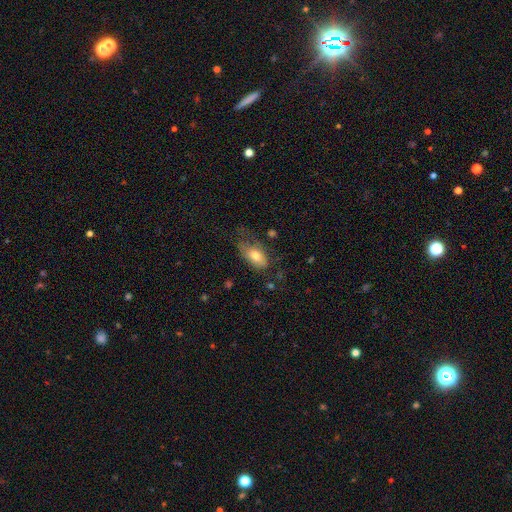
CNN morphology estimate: smooth-or-featured: smooth: 72% | featured or disk: 21% | star or artifact: 7%
  how-rounded: in between: 91% | round: 5% | cigar-shaped: 5%
  merging: none: 39% | minor disturbance: 32% | major disturbance: 27% | merger: 3%